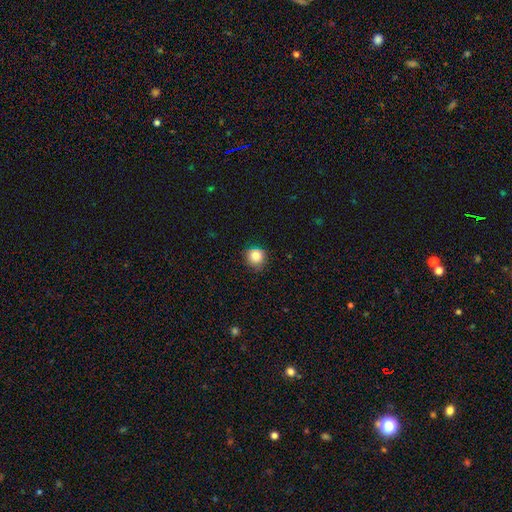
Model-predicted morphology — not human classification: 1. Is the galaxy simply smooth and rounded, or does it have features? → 83% smooth, 11% star or artifact, 6% featured or disk.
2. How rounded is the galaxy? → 91% round, 9% in between, 1% cigar-shaped.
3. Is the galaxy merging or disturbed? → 79% none, 16% minor disturbance, 3% major disturbance, 1% merger.